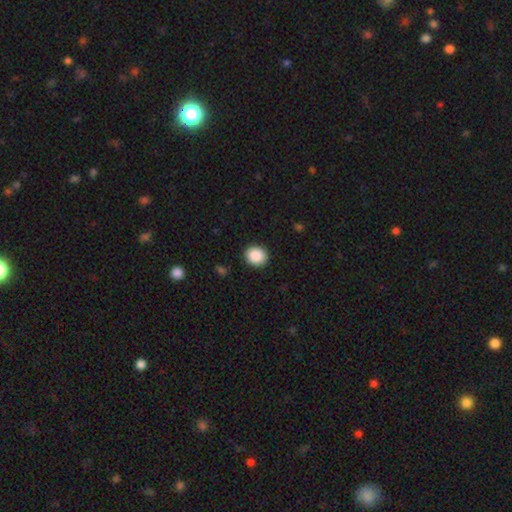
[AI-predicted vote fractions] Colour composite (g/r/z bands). It shows a smooth galaxy with no disk features (89%) that is round (78%). Merging: none (91%).